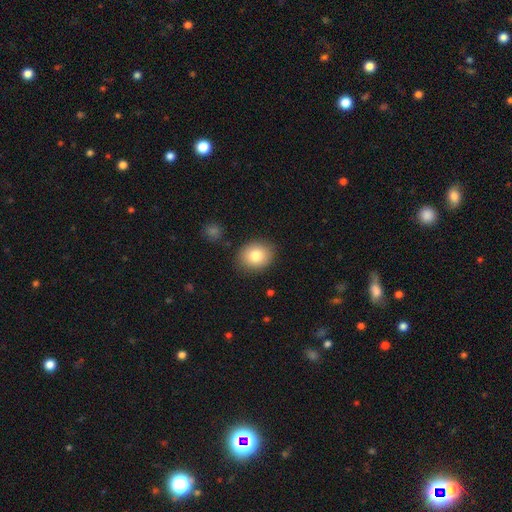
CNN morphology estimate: Smooth or featured?
  - smooth: 80% *
  - featured or disk: 11%
  - star or artifact: 9%
How rounded?
  - round: 61% *
  - in between: 38%
  - cigar-shaped: 1%
Merging?
  - none: 86% *
  - minor disturbance: 9%
  - major disturbance: 3%
  - merger: 2%